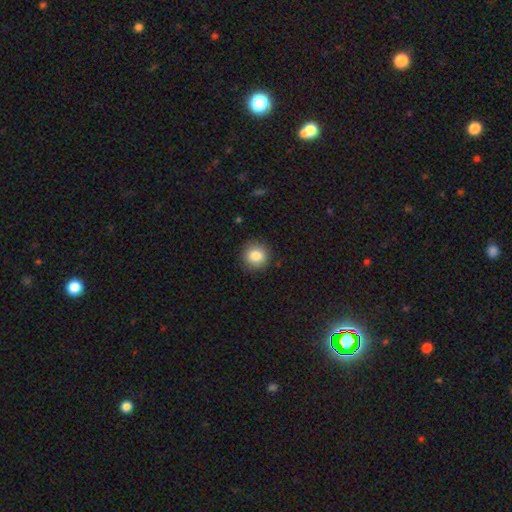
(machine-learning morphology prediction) Q: Smooth or featured?
A: smooth (85%); runner-up: star or artifact (9%)
Q: How rounded?
A: round (93%); runner-up: in between (7%)
Q: Merging?
A: none (90%); runner-up: minor disturbance (7%)